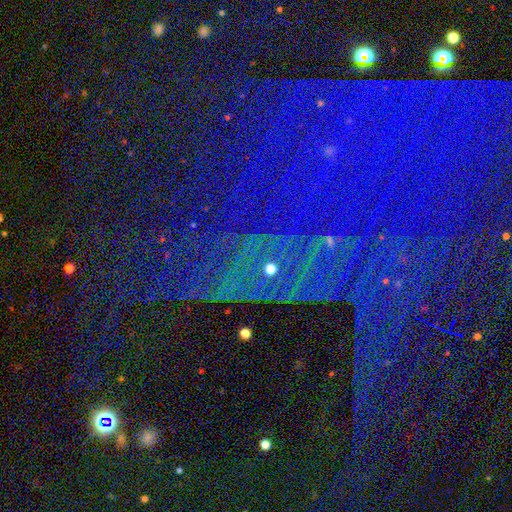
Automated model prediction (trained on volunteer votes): Smooth or featured? star or artifact (80%)